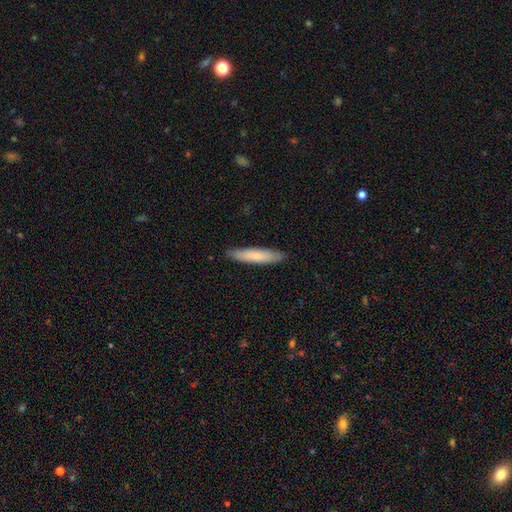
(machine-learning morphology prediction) A smooth galaxy with no disk features (73%) that is cigar-shaped (87%).

Vote fractions:
- Smooth or featured? smooth: 73% / featured or disk: 21% / star or artifact: 5%
- How rounded? cigar-shaped: 87% / in between: 12% / round: 1%
- Merging? none: 89% / minor disturbance: 8% / major disturbance: 2% / merger: 1%